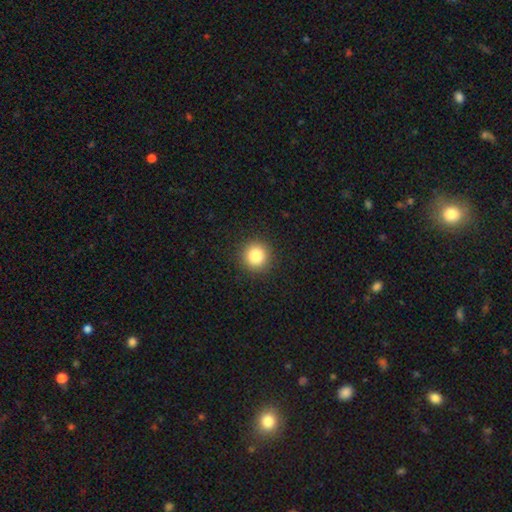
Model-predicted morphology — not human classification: Q: Smooth or featured?
A: smooth (84%); runner-up: star or artifact (11%)
Q: How rounded?
A: round (94%); runner-up: in between (5%)
Q: Merging?
A: none (92%); runner-up: minor disturbance (5%)